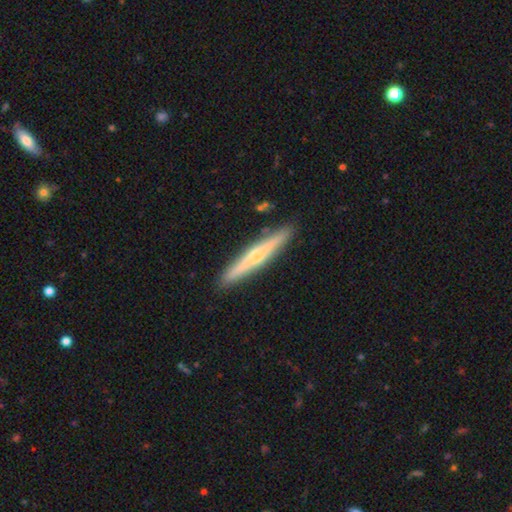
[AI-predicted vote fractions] This is possibly a featured or disk galaxy (59%). It is clearly viewed edge-on (97%). Edge-on bulge: likely rounded (79%). Merging: clearly none (90%).